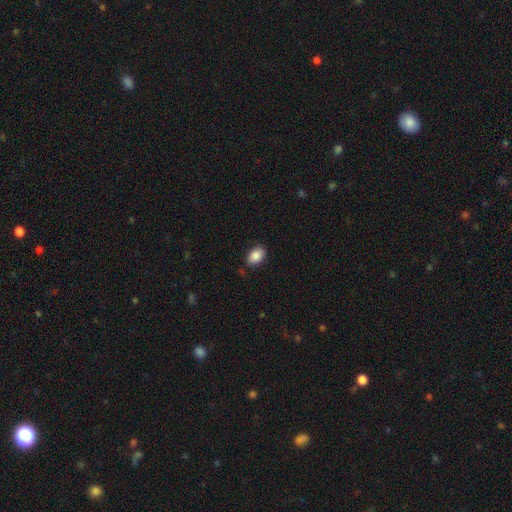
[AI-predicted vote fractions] Smooth or featured: smooth — 88% (star or artifact — 8%)
How rounded: in between — 84% (round — 15%)
Merging: none — 84% (minor disturbance — 12%)